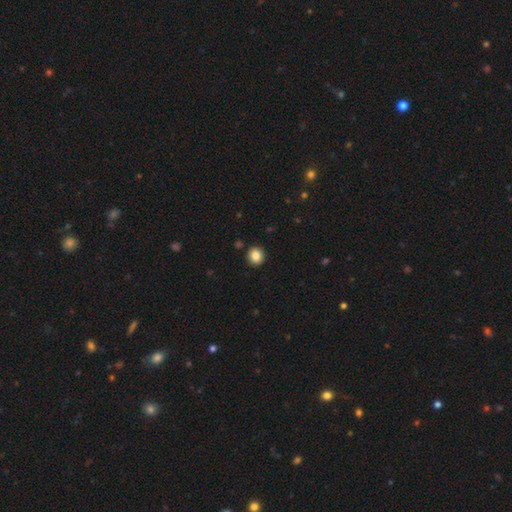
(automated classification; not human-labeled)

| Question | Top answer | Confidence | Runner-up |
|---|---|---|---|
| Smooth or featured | smooth | 84% | star or artifact (10%) |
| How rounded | round | 90% | in between (9%) |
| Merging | none | 92% | minor disturbance (5%) |